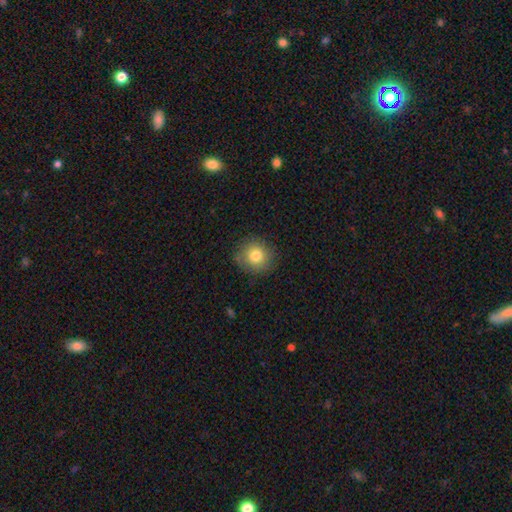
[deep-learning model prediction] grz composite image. It shows a smooth galaxy with no disk features (79%) that is round (91%). Merging: none (87%).